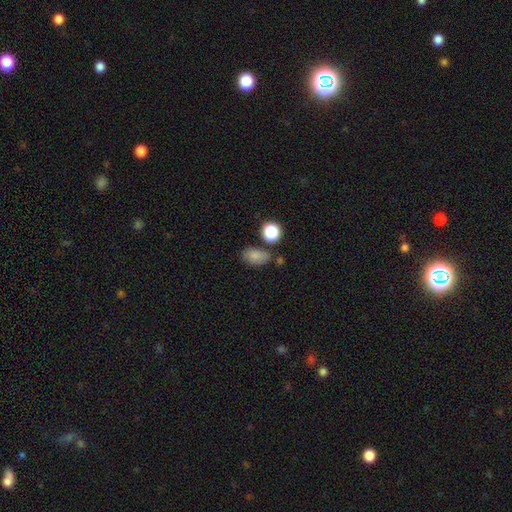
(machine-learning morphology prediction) type=smooth (83%); roundness=in between (84%); merging=none (65%).